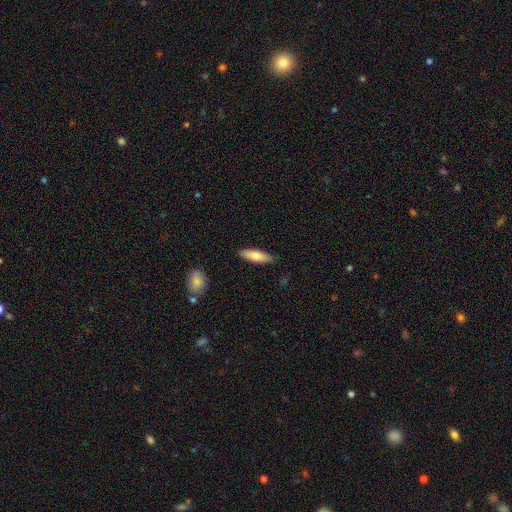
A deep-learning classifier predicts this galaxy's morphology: The model was most divided on "how rounded": cigar-shaped: 56%, in between: 42%, round: 2%. More confident: merging — none (87%); smooth or featured — smooth (73%).